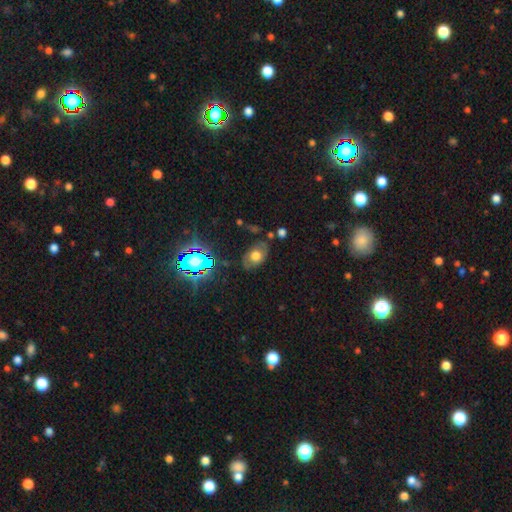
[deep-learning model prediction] Smooth or featured?
  - smooth: 57% *
  - featured or disk: 27%
  - star or artifact: 17%
How rounded?
  - in between: 83% *
  - round: 15%
  - cigar-shaped: 2%
Merging?
  - none: 71% *
  - minor disturbance: 19%
  - major disturbance: 6%
  - merger: 4%